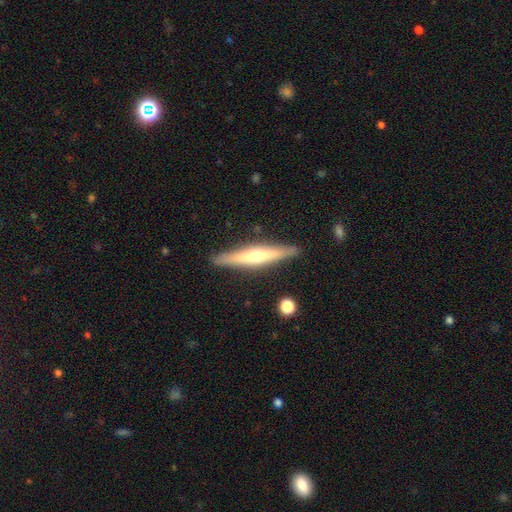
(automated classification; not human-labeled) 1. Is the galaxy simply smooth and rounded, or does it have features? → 60% featured or disk, 35% smooth, 6% star or artifact.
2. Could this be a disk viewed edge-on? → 96% yes, 4% no.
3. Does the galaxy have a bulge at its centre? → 76% rounded, 16% none, 8% boxy.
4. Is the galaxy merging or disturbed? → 89% none, 8% minor disturbance, 2% major disturbance, 1% merger.